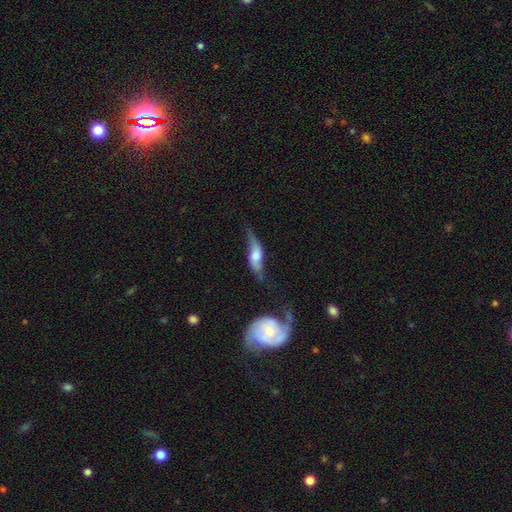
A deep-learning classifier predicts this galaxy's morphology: featured or disk 58%, smooth 36%, star or artifact 6%. Down the decision tree: edge-on disk — no (54%); merging — none (46%).